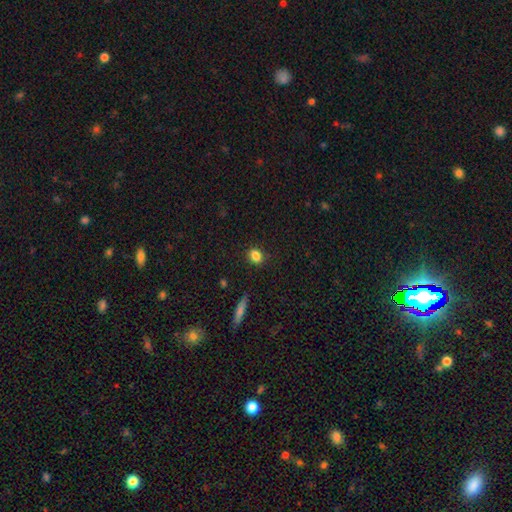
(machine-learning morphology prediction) smooth-or-featured: smooth: 84% | star or artifact: 10% | featured or disk: 6%
  how-rounded: round: 50% | in between: 47% | cigar-shaped: 2%
  merging: none: 87% | minor disturbance: 9% | major disturbance: 2% | merger: 1%